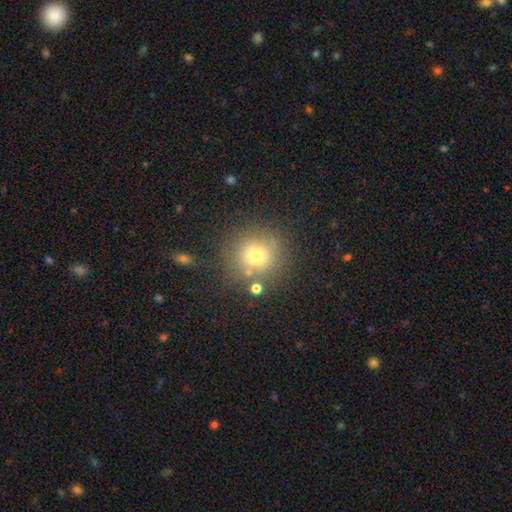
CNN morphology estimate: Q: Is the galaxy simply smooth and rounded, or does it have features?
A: smooth — 70%.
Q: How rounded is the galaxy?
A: round — 92%.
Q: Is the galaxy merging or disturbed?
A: none — 78%.